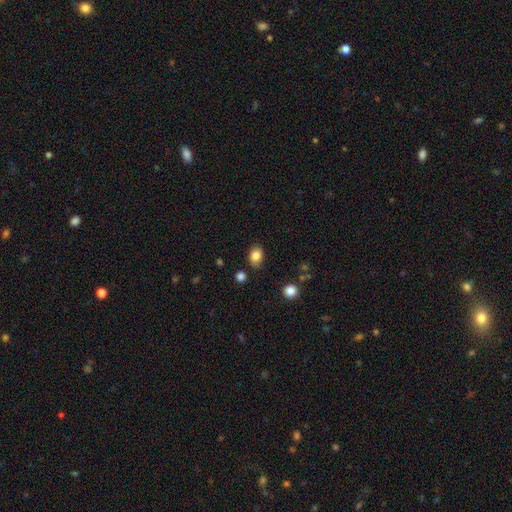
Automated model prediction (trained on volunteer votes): Q: Smooth or featured?
A: smooth (85%); runner-up: star or artifact (9%)
Q: How rounded?
A: in between (72%); runner-up: round (27%)
Q: Merging?
A: none (81%); runner-up: minor disturbance (13%)